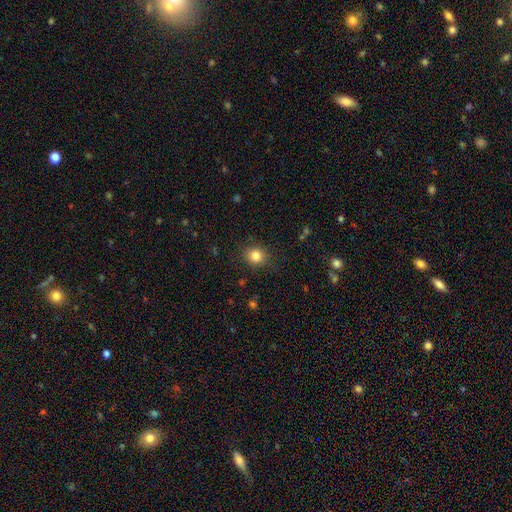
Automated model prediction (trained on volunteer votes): Smooth or featured: smooth — 82% (star or artifact — 12%)
How rounded: round — 80% (in between — 19%)
Merging: none — 87% (minor disturbance — 9%)